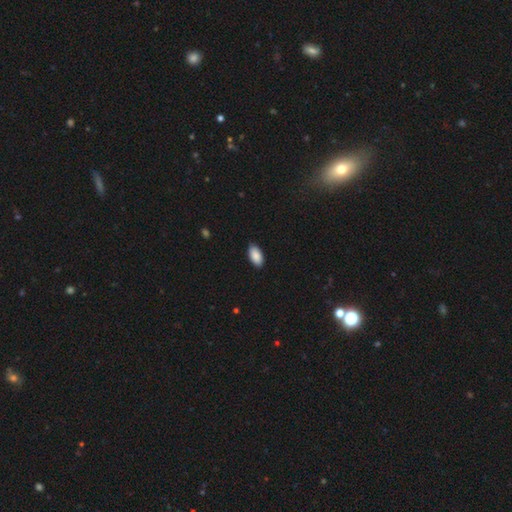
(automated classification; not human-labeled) smooth-or-featured: smooth: 90% | star or artifact: 6% | featured or disk: 4%
  how-rounded: in between: 95% | cigar-shaped: 3% | round: 2%
  merging: none: 88% | minor disturbance: 9% | major disturbance: 2% | merger: 1%